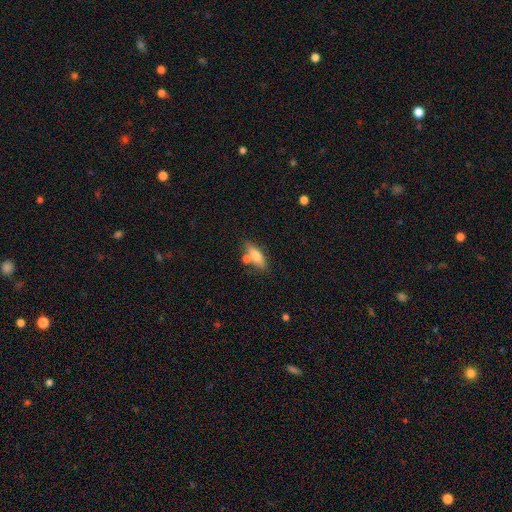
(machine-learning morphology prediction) Smooth or featured? Predicted: smooth (p=0.74). How rounded? Predicted: in between (p=0.52). Merging? Predicted: none (p=0.63).